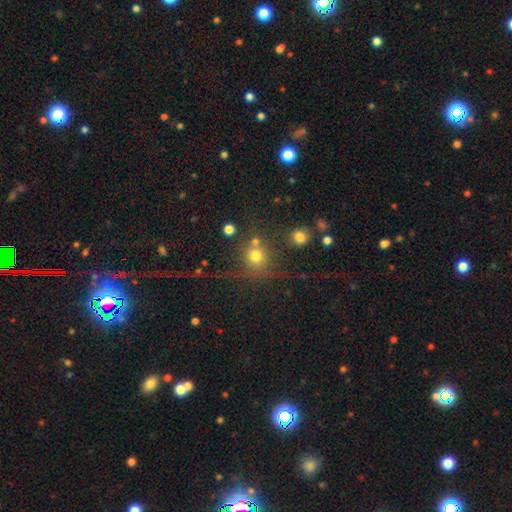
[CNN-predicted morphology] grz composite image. It shows a smooth galaxy with no disk features (72%) that is round (89%). Merging: none (57%).